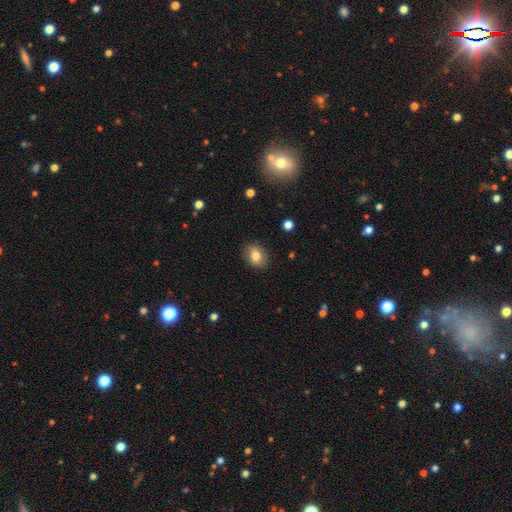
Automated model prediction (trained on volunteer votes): This appears to be a smooth galaxy with no disk features (78%) that is in between round and cigar-shaped (60%). Merging: none (85%).